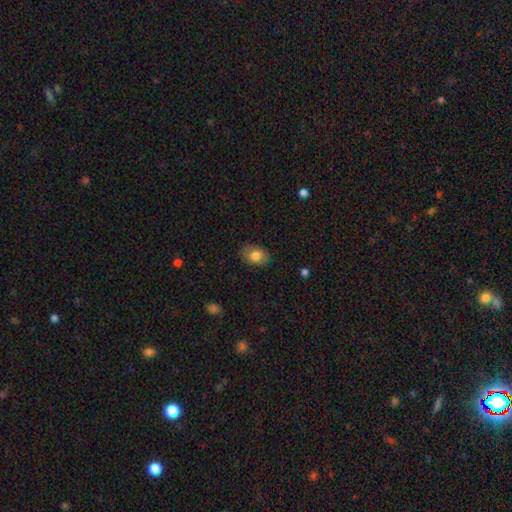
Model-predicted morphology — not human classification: A smooth galaxy with no disk features (81%) that is in between round and cigar-shaped (77%). Merging: none (82%).